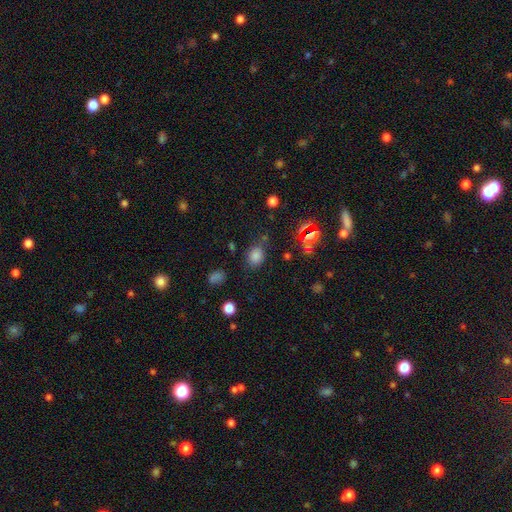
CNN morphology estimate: Smooth or featured?
  - smooth: 74% *
  - star or artifact: 20%
  - featured or disk: 6%
How rounded?
  - round: 51% *
  - in between: 48%
  - cigar-shaped: 1%
Merging?
  - none: 73% *
  - minor disturbance: 16%
  - major disturbance: 5%
  - merger: 5%